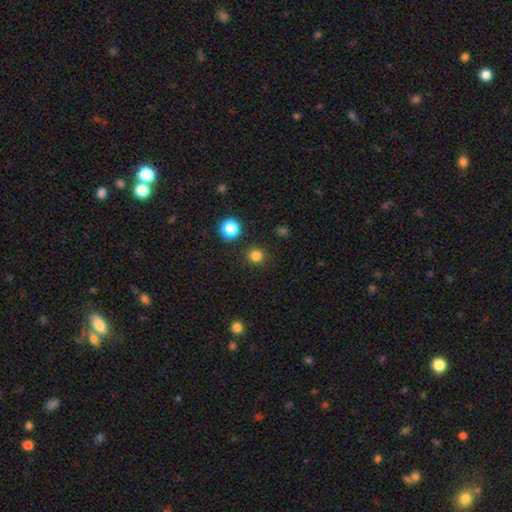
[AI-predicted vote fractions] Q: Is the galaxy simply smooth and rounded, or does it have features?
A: smooth — 82%.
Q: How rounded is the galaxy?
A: round — 91%.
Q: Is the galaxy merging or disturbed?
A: none — 90%.